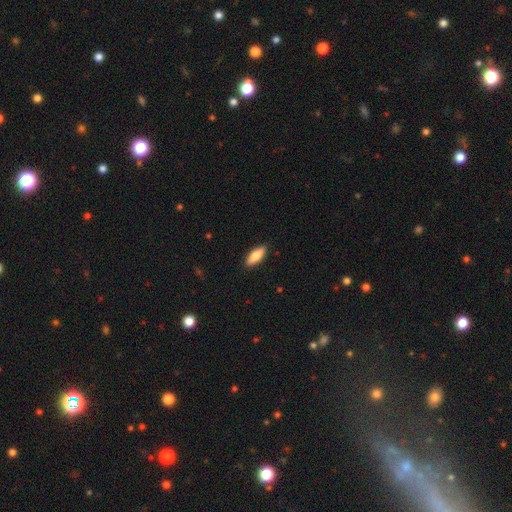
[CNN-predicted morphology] smooth_or_featured: smooth (p=0.77) [alt: featured or disk p=0.17]
how_rounded: in between (p=0.71) [alt: cigar-shaped p=0.27]
merging: none (p=0.89) [alt: minor disturbance p=0.08]